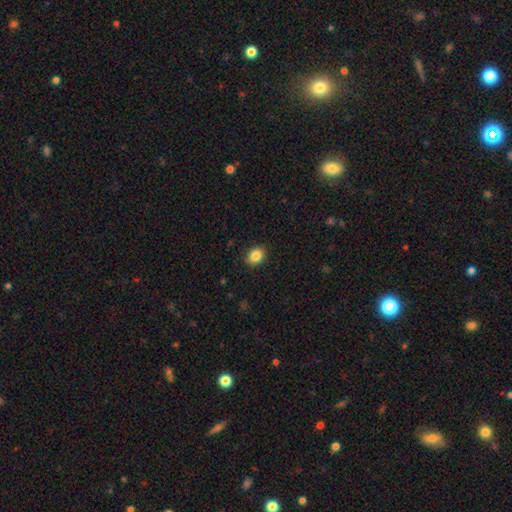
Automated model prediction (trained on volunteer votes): This appears to be a smooth galaxy with no disk features (86%) that is round (51%). Merging: none (89%).